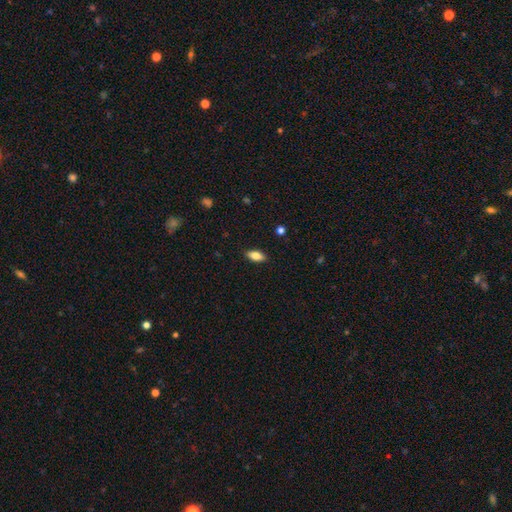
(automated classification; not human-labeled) Overall: smooth (78%). How rounded: in between (85%). Merging: none (88%).